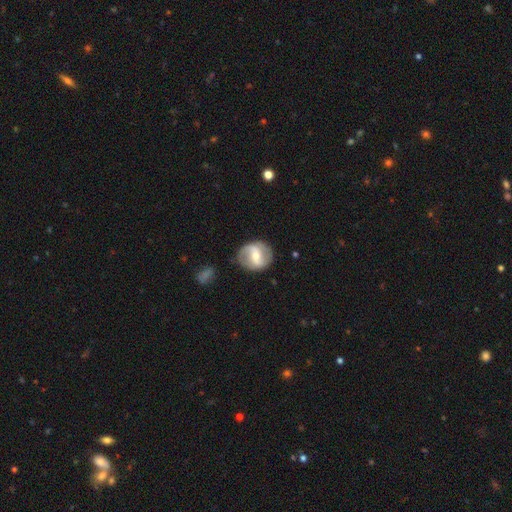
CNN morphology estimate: This appears to be a featured or disk galaxy (70%) with a strong bar (48%), 2 (86%) medium (40%) spiral arms (76%) and a moderate central bulge (57%). Merging: none (79%).